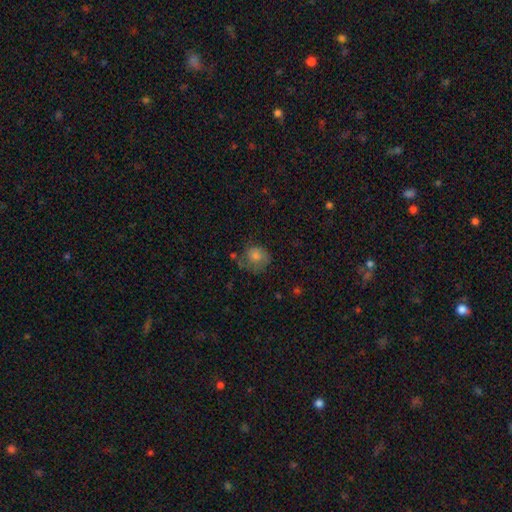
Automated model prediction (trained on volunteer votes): smooth-or-featured: smooth: 58% | featured or disk: 31% | star or artifact: 12%
  how-rounded: round: 77% | in between: 22% | cigar-shaped: 1%
  merging: none: 52% | minor disturbance: 25% | major disturbance: 19% | merger: 4%